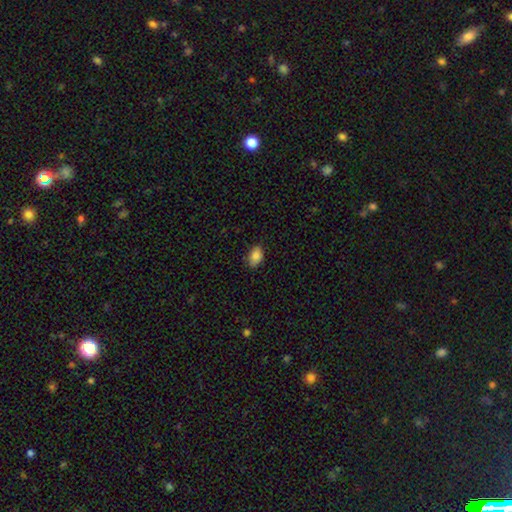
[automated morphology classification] The model was most divided on "merging": none: 81%, minor disturbance: 15%, major disturbance: 3%, merger: 1%. More confident: smooth or featured — smooth (87%); how rounded — in between (86%).